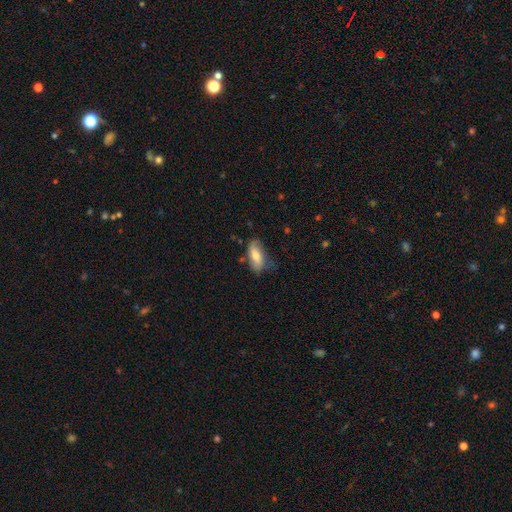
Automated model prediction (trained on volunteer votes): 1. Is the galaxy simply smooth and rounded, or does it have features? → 67% smooth, 26% featured or disk, 7% star or artifact.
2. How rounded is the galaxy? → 81% in between, 16% cigar-shaped, 3% round.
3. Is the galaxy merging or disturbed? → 58% none, 30% minor disturbance, 9% major disturbance, 3% merger.